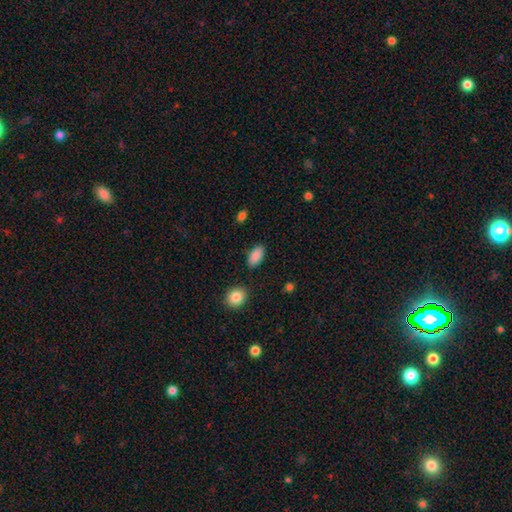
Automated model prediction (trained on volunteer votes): Smooth or featured? Predicted: smooth (p=0.88). How rounded? Predicted: in between (p=0.92). Merging? Predicted: none (p=0.86).